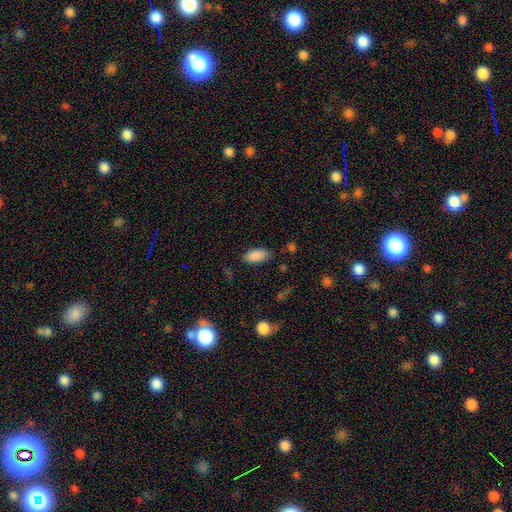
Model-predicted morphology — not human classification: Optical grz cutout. It shows a smooth galaxy with no disk features (88%) that is in between round and cigar-shaped (92%). Merging: none (80%).